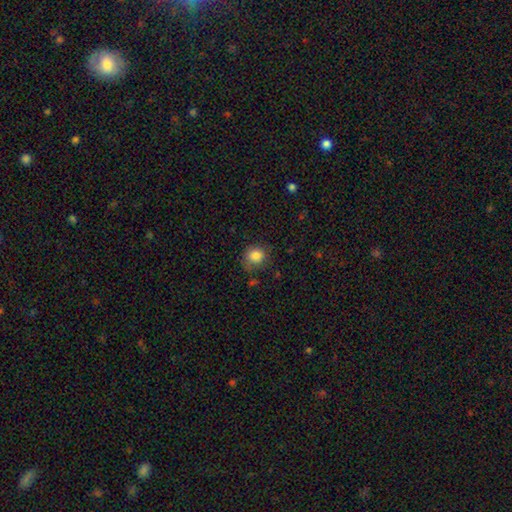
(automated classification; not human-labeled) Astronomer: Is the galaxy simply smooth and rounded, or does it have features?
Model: smooth — 85%.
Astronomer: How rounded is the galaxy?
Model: round — 81%.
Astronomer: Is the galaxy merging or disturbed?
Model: none — 73%.